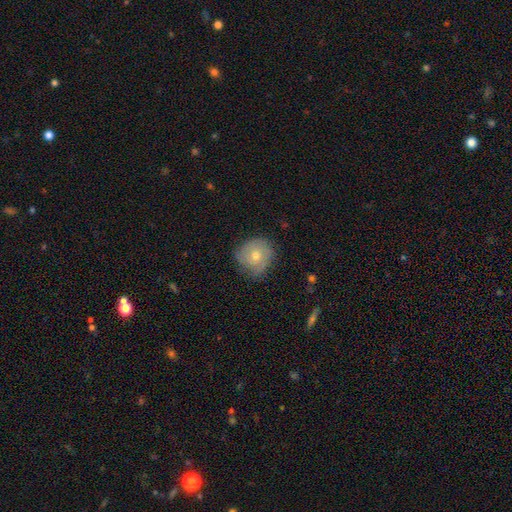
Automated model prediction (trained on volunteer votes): Smooth or featured: smooth — 48% (featured or disk — 42%)
Merging: none — 67% (minor disturbance — 25%)